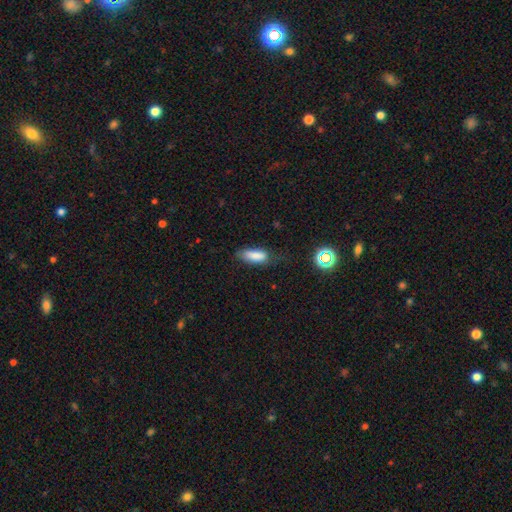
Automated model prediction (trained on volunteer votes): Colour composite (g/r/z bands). It shows a smooth galaxy with no disk features (82%) that is in between round and cigar-shaped (72%). Merging: none (59%).